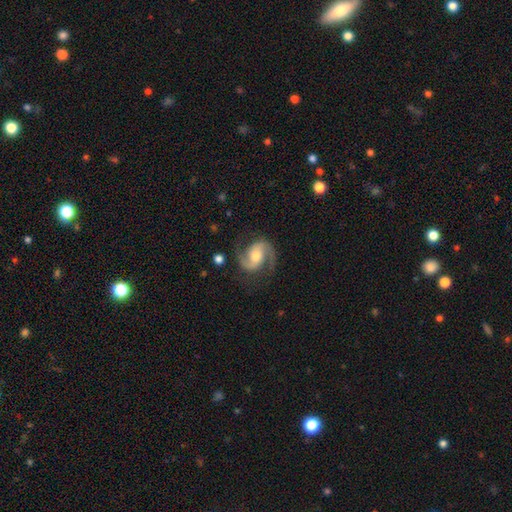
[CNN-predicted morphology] This appears to be a featured or disk galaxy (91%) with no bar (47%), 2 (94%) medium (61%) spiral arms (98%) and a moderate central bulge (66%). Merging: none (81%).